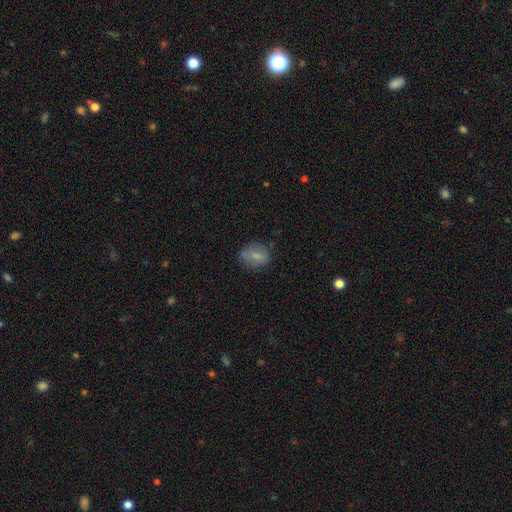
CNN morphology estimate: type=smooth (73%); roundness=in between (60%); merging=none (66%).